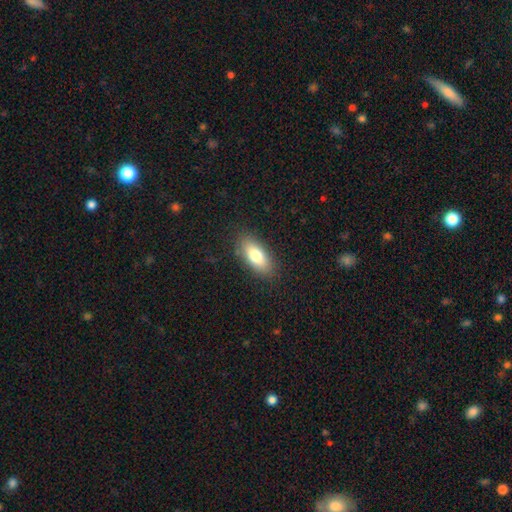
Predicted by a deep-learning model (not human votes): This is likely a smooth galaxy (76%). How rounded: clearly in between (84%). Merging: clearly none (86%).